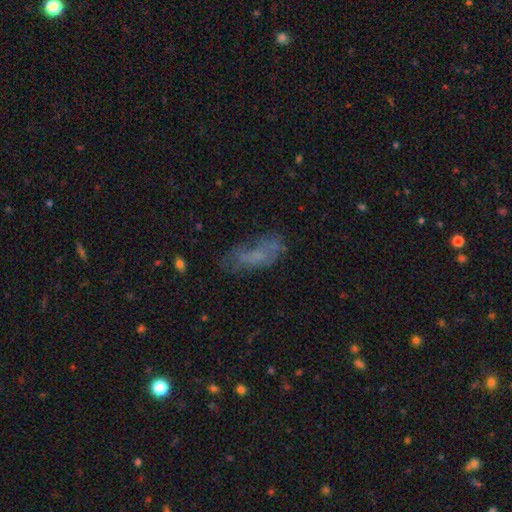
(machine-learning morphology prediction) Q: Smooth or featured?
A: smooth (51%); runner-up: featured or disk (34%)
Q: How rounded?
A: in between (77%); runner-up: cigar-shaped (20%)
Q: Merging?
A: none (43%); runner-up: major disturbance (25%)